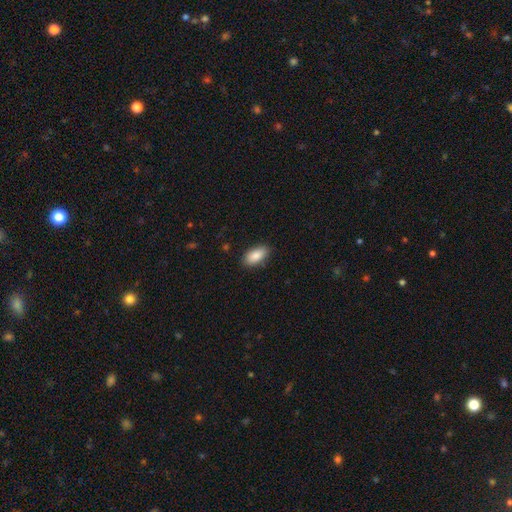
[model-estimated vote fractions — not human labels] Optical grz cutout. It shows a smooth galaxy with no disk features (88%) that is in between round and cigar-shaped (92%). Merging: none (87%).